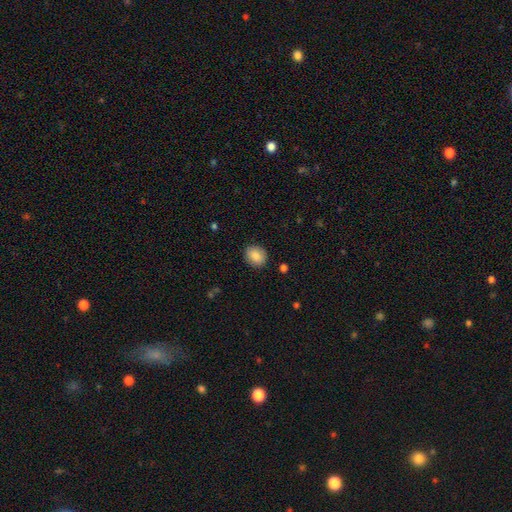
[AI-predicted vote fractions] smooth-or-featured: smooth: 86% | star or artifact: 8% | featured or disk: 6%
  how-rounded: round: 59% | in between: 40% | cigar-shaped: 1%
  merging: none: 88% | minor disturbance: 9% | major disturbance: 2% | merger: 1%